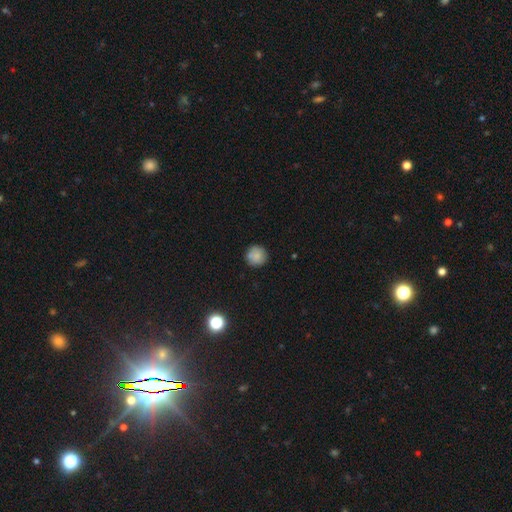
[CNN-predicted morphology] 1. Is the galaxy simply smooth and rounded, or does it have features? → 82% smooth, 9% featured or disk, 9% star or artifact.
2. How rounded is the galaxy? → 94% round, 5% in between, 1% cigar-shaped.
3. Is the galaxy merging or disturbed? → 83% none, 11% minor disturbance, 4% merger, 2% major disturbance.